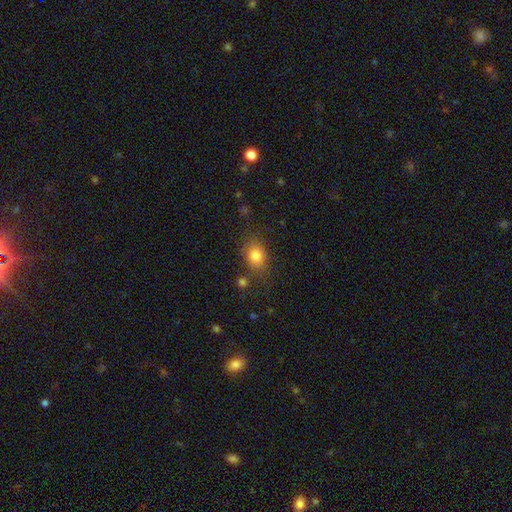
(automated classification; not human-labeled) smooth_or_featured: smooth (p=0.82) [alt: star or artifact p=0.11]
how_rounded: in between (p=0.52) [alt: round p=0.47]
merging: none (p=0.71) [alt: minor disturbance p=0.17]